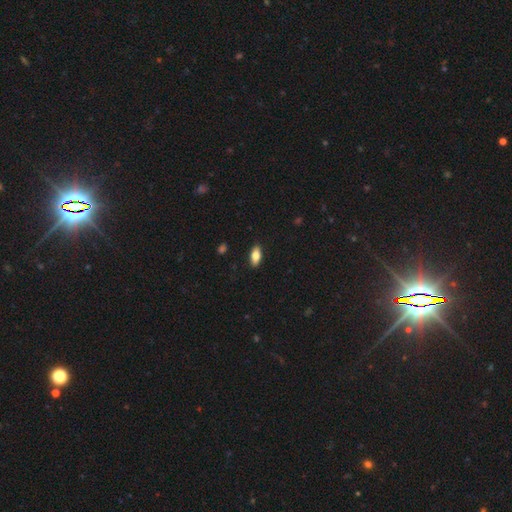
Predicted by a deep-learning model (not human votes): This is likely a smooth galaxy (77%). How rounded: clearly in between (86%). Merging: clearly none (89%).